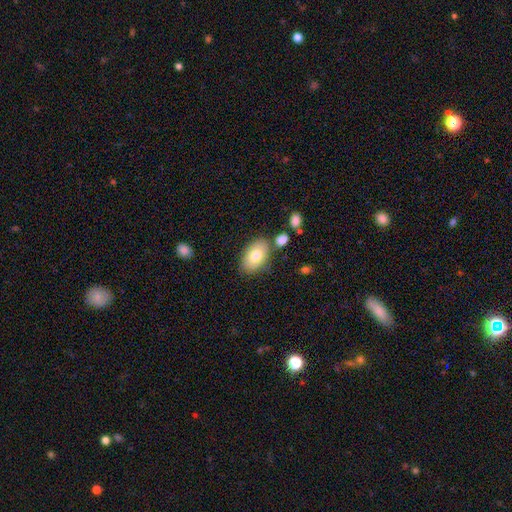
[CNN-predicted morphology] Overall: smooth (77%). How rounded: in between (92%). Merging: none (75%).